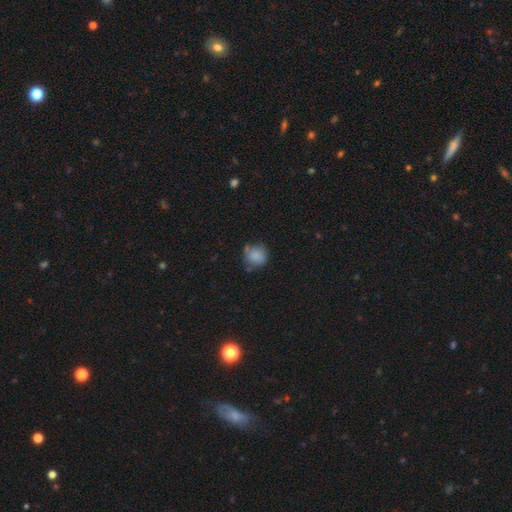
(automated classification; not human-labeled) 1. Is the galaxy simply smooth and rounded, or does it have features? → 82% smooth, 9% star or artifact, 9% featured or disk.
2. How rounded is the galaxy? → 85% round, 14% in between, 1% cigar-shaped.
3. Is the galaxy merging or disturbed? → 62% none, 25% minor disturbance, 7% major disturbance, 6% merger.